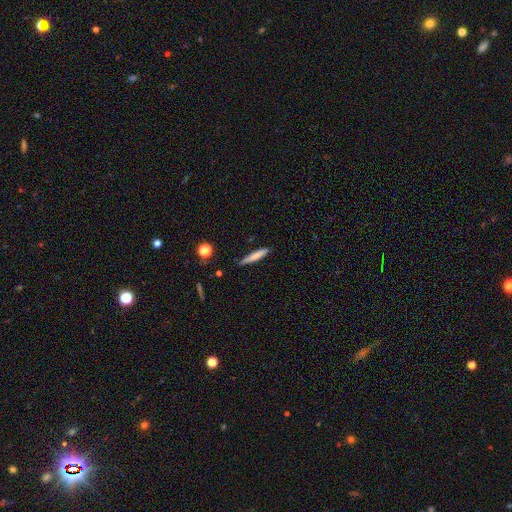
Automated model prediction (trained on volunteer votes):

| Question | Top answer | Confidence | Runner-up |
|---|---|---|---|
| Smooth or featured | smooth | 73% | featured or disk (20%) |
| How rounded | cigar-shaped | 93% | in between (5%) |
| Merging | none | 83% | minor disturbance (13%) |